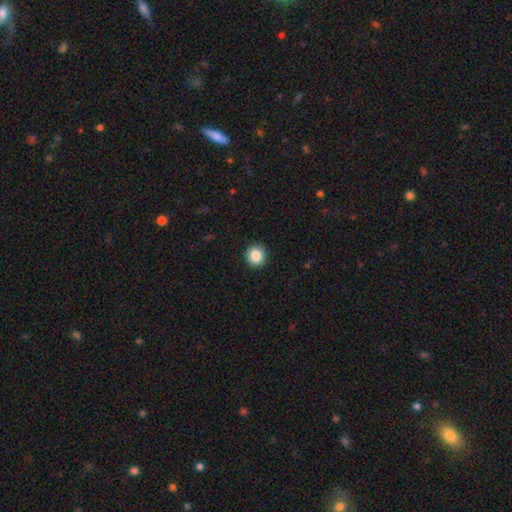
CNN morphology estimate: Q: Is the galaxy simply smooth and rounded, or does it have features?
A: smooth — 87%.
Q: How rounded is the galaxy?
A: round — 92%.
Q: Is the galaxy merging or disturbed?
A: none — 92%.